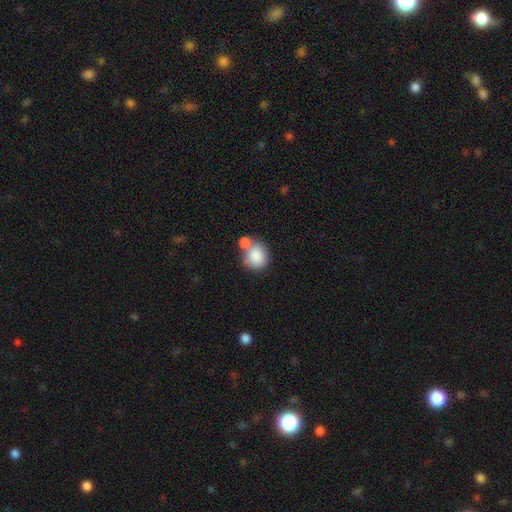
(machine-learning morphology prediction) smooth 85%, star or artifact 8%, featured or disk 8%. Down the decision tree: how rounded — round (76%); merging — none (43%).